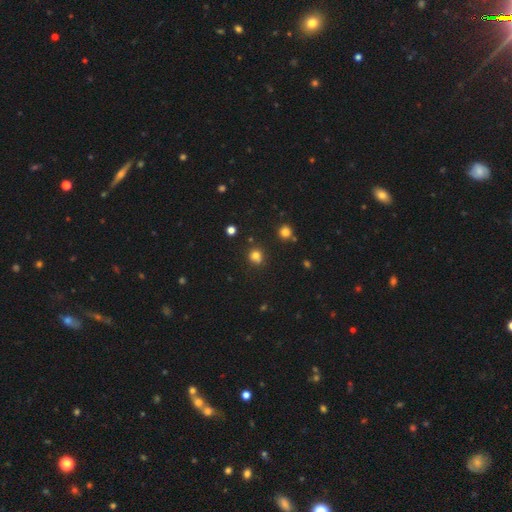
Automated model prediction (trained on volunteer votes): smooth-or-featured: smooth: 75% | star or artifact: 18% | featured or disk: 7%
  how-rounded: round: 83% | in between: 16% | cigar-shaped: 1%
  merging: none: 70% | merger: 14% | minor disturbance: 13% | major disturbance: 4%